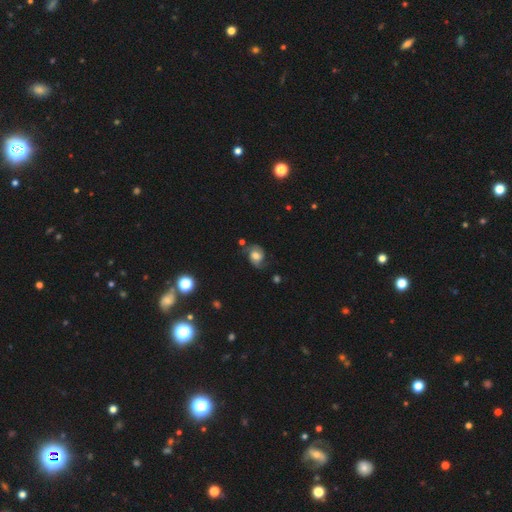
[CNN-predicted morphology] A featured or disk galaxy (52%) with no bar (63%), spiral arms (87%) and a moderate central bulge (43%). Merging: none (62%).